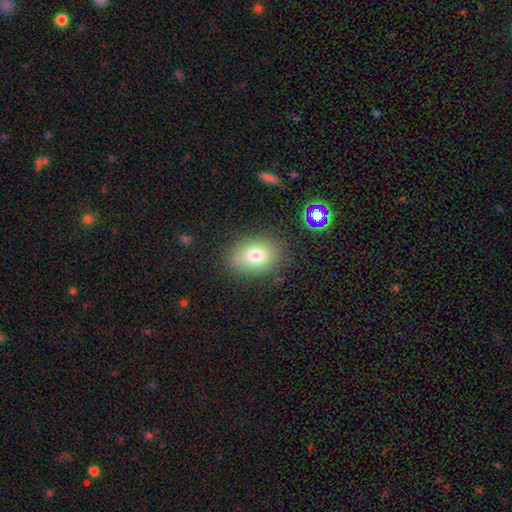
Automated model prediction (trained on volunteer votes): Smooth or featured: smooth — 77% (featured or disk — 12%)
How rounded: in between — 71% (round — 27%)
Merging: none — 80% (minor disturbance — 13%)